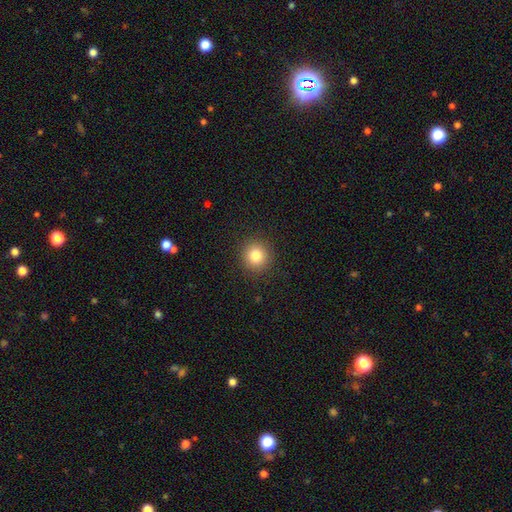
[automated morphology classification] Smooth or featured?
  - smooth: 83% *
  - star or artifact: 11%
  - featured or disk: 6%
How rounded?
  - round: 92% *
  - in between: 7%
  - cigar-shaped: 1%
Merging?
  - none: 91% *
  - minor disturbance: 6%
  - major disturbance: 2%
  - merger: 1%